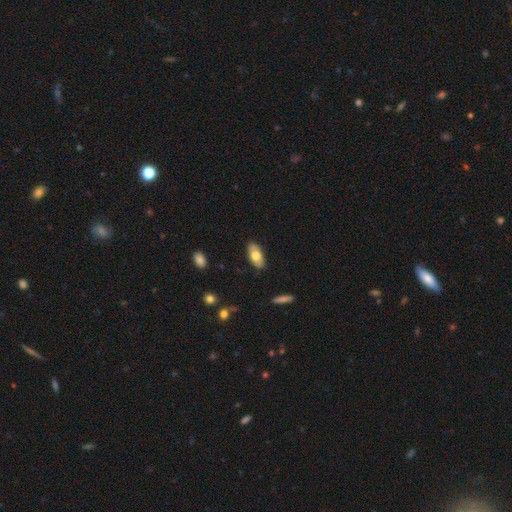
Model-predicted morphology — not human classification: Smooth or featured? Predicted: smooth (p=0.66). How rounded? Predicted: in between (p=0.91). Merging? Predicted: none (p=0.85).